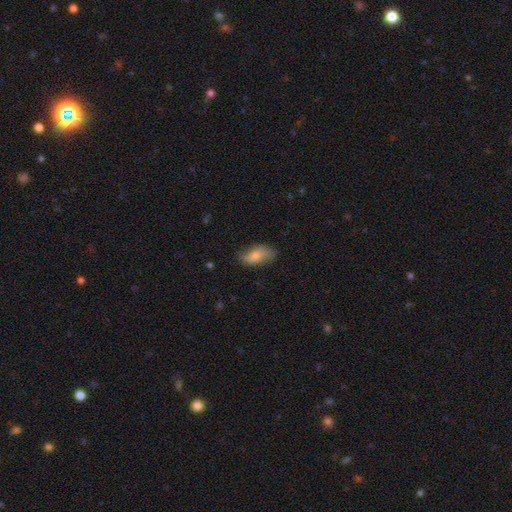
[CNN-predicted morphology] Smooth or featured?
  - smooth: 68% *
  - featured or disk: 25%
  - star or artifact: 7%
How rounded?
  - in between: 89% *
  - cigar-shaped: 7%
  - round: 4%
Merging?
  - none: 62% *
  - minor disturbance: 27%
  - major disturbance: 9%
  - merger: 2%